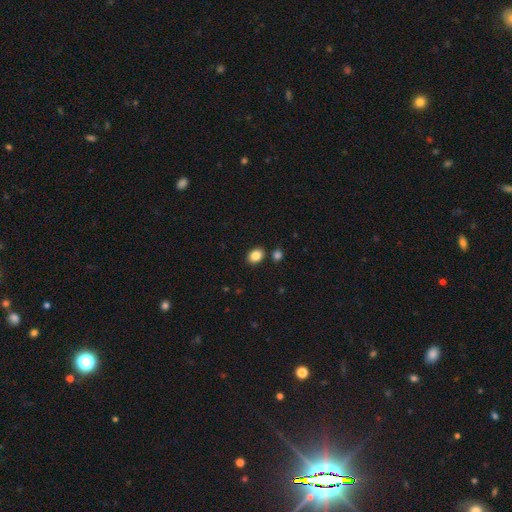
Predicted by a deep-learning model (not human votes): Smooth or featured? smooth (85%)
How rounded? in between (59%)
Merging? none (84%)